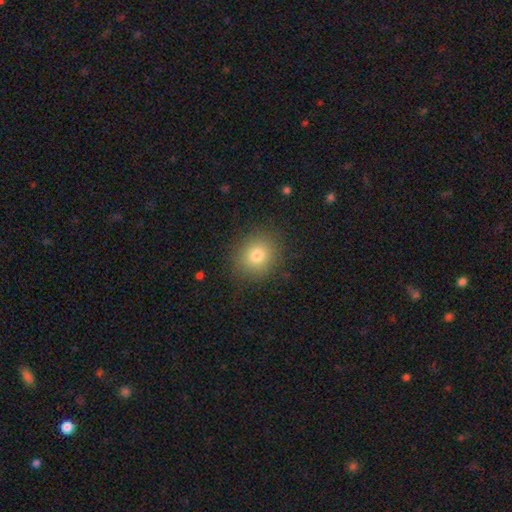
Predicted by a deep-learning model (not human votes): Smooth or featured? smooth (77%)
How rounded? round (79%)
Merging? none (89%)